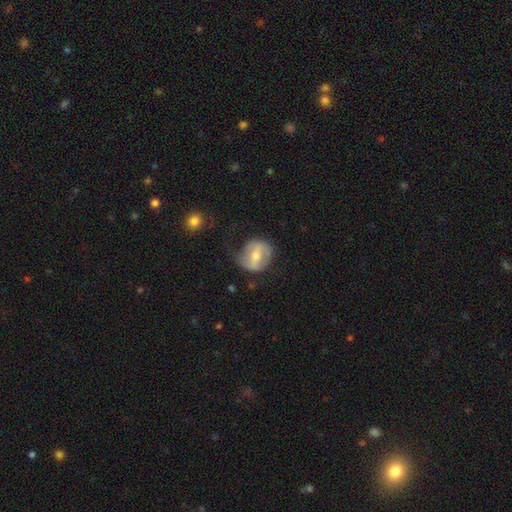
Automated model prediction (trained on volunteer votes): smooth-or-featured: featured or disk: 53% | smooth: 40% | star or artifact: 6%
  disk-edge-on: no: 94% | yes: 6%
    bar: strong: 51% | weak: 33% | no: 15%
    has-spiral-arms: no: 54% | yes: 46%
    bulge-size: moderate: 56% | small: 35% | large: 4% | none: 3% | dominant: 1%
  merging: none: 58% | minor disturbance: 25% | major disturbance: 14% | merger: 2%